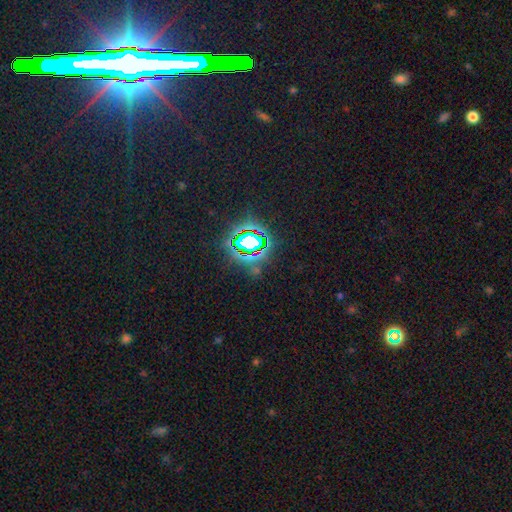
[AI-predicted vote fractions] star or artifact 79%, smooth 11%, featured or disk 10%.